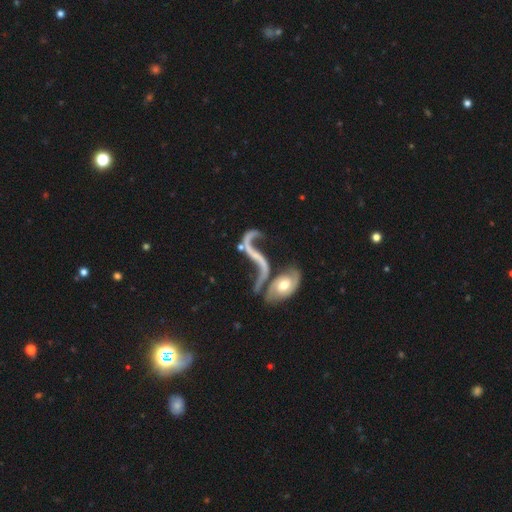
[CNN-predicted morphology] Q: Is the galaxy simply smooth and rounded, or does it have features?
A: featured or disk — 84%.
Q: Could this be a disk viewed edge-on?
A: no — 93%.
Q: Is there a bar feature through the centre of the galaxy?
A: no — 49%.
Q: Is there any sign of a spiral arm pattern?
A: yes — 86%.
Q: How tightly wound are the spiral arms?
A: loose — 90%.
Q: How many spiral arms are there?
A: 2 — 87%.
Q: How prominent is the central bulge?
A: small — 49%.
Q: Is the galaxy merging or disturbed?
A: merger — 45%.